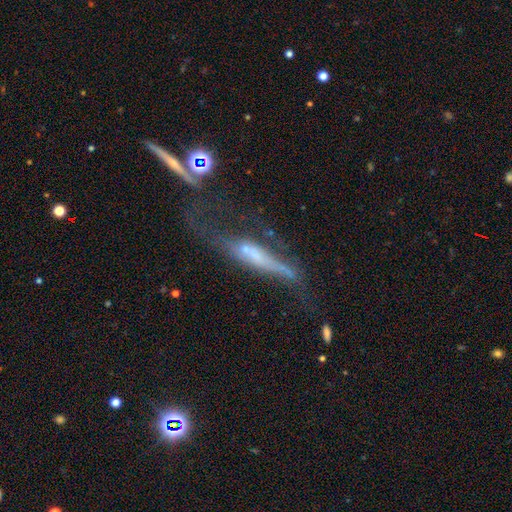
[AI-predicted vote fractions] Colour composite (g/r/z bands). It shows a featured or disk galaxy (56%) viewed edge-on (62%). Merging: major disturbance (40%).